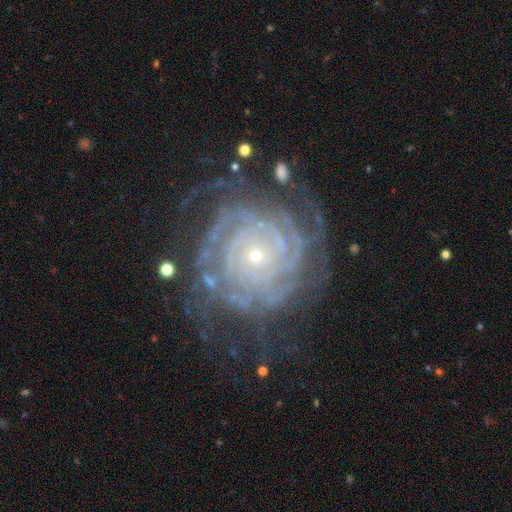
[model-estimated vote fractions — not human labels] smooth-or-featured: featured or disk: 90% | star or artifact: 6% | smooth: 4%
  disk-edge-on: no: 98% | yes: 2%
    bar: no: 79% | weak: 14% | strong: 7%
    has-spiral-arms: yes: 98% | no: 2%
      spiral-winding: tight: 85% | medium: 12% | loose: 2%
      spiral-arm-count: 4: 23% (tied) | more than 4: 23% (tied) | can't tell: 22% | 3: 14% | 2: 12% | 1: 7%
    bulge-size: small: 84% | moderate: 13% | large: 1% | none: 1% | dominant: 1%
  merging: none: 71% | minor disturbance: 17% | major disturbance: 10% | merger: 2%